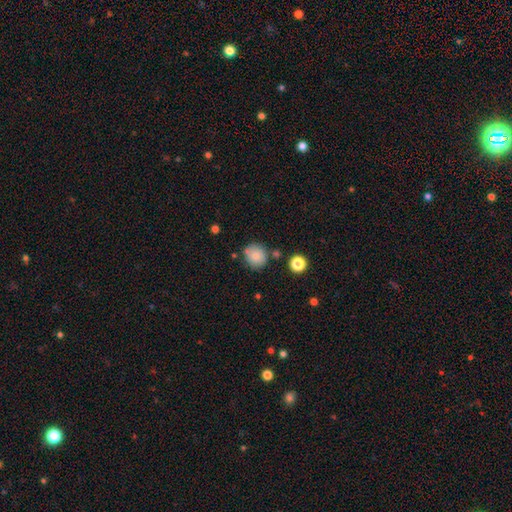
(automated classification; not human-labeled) Morphology: type=smooth (80%); roundness=round (85%); merging=none (75%).